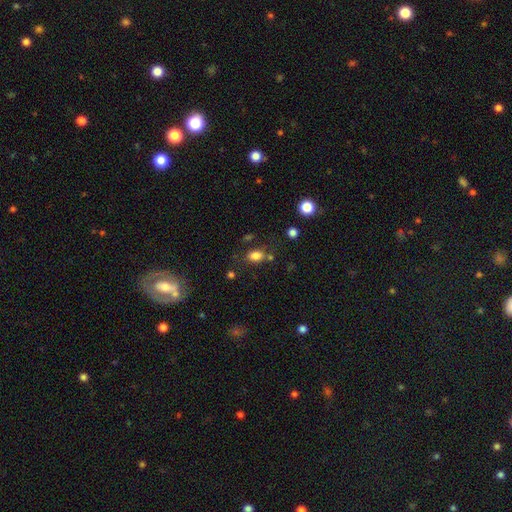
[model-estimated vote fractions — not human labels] This is clearly a smooth galaxy (82%). How rounded: likely in between (79%). Merging: likely none (72%).